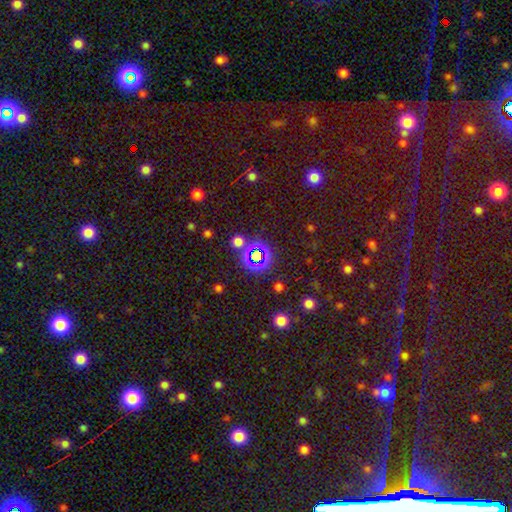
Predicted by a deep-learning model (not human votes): Overall: star or artifact (60%; smooth 29%).